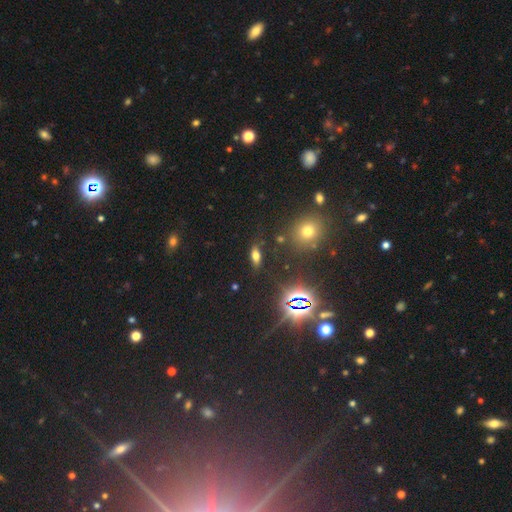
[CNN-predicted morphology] The model was most divided on "smooth or featured": smooth: 58%, star or artifact: 27%, featured or disk: 15%. More confident: merging — none (83%); how rounded — in between (72%).